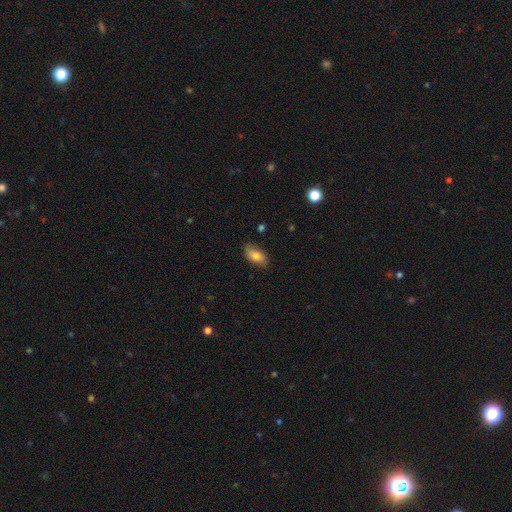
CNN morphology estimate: Q: Smooth or featured?
A: smooth (76%); runner-up: featured or disk (16%)
Q: How rounded?
A: in between (91%); runner-up: cigar-shaped (5%)
Q: Merging?
A: none (75%); runner-up: minor disturbance (20%)